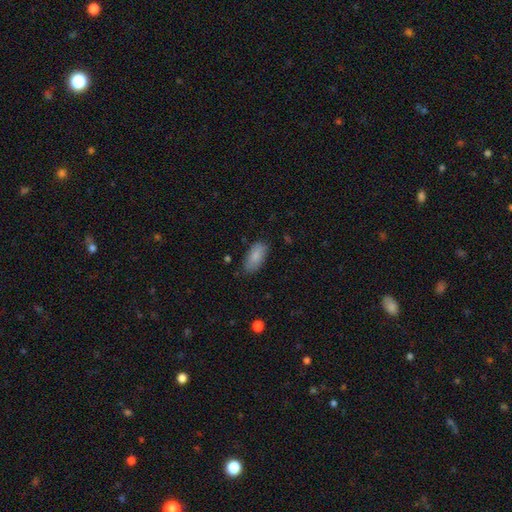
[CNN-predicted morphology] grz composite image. It shows a smooth galaxy with no disk features (86%) that is in between round and cigar-shaped (89%). Merging: none (80%).